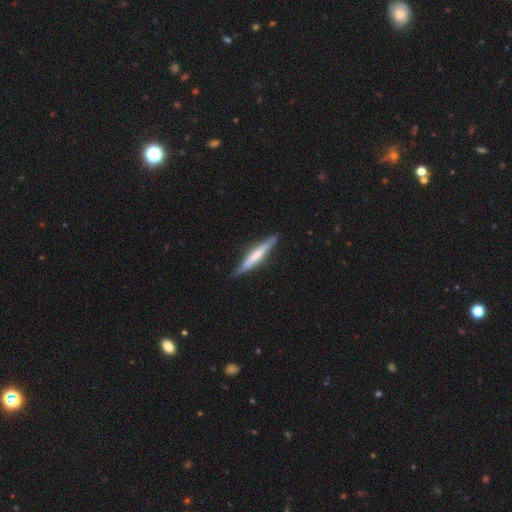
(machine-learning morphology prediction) smooth-or-featured: featured or disk: 53% | smooth: 42% | star or artifact: 5%
  disk-edge-on: yes: 93% | no: 7%
  merging: none: 81% | minor disturbance: 15% | major disturbance: 3% | merger: 1%